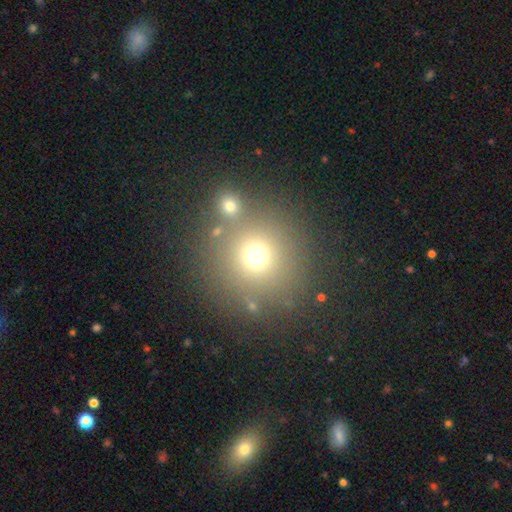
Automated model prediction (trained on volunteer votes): smooth_or_featured: smooth (p=0.68) [alt: star or artifact p=0.21]
how_rounded: round (p=0.92) [alt: in between p=0.07]
merging: none (p=0.69) [alt: merger p=0.18]